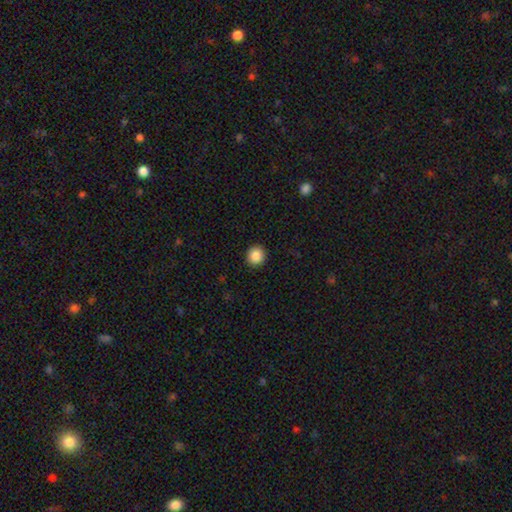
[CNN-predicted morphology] smooth-or-featured: smooth: 87% | star or artifact: 9% | featured or disk: 4%
  how-rounded: round: 91% | in between: 9% | cigar-shaped: 1%
  merging: none: 92% | minor disturbance: 5% | major disturbance: 2% | merger: 1%